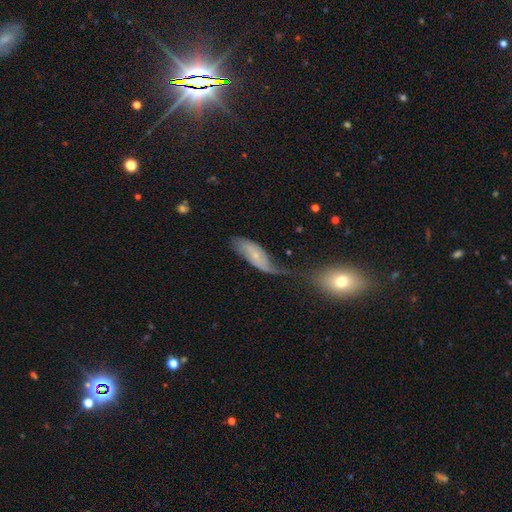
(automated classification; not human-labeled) Smooth or featured? Predicted: featured or disk (p=0.53). Edge-on disk? Predicted: no (p=0.87). Merging? Predicted: none (p=0.29).